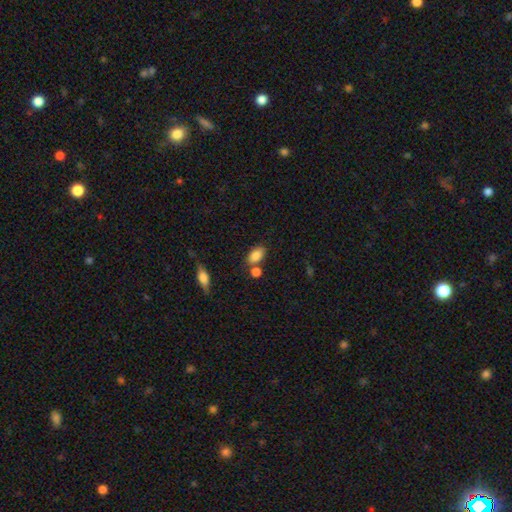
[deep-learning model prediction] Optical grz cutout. It shows a smooth galaxy with no disk features (85%) that is in between round and cigar-shaped (87%). Merging: none (61%).